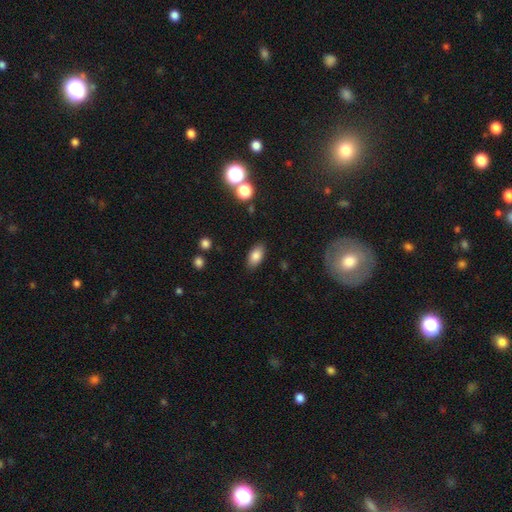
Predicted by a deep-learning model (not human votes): smooth_or_featured: smooth (p=0.84) [alt: star or artifact p=0.09]
how_rounded: in between (p=0.91) [alt: round p=0.05]
merging: none (p=0.86) [alt: minor disturbance p=0.10]